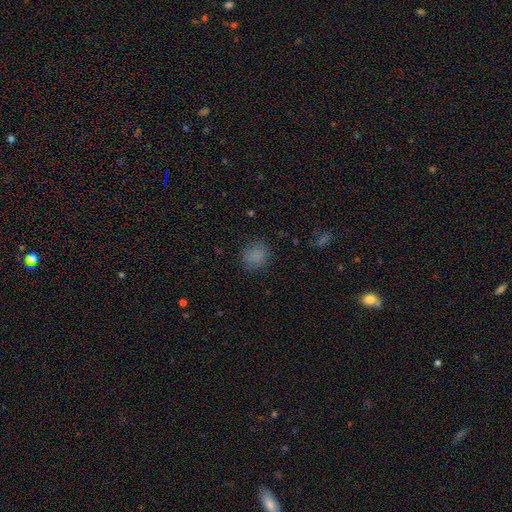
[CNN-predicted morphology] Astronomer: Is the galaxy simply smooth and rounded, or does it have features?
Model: smooth — 83%.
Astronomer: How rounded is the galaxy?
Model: round — 77%.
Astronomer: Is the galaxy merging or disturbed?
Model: none — 84%.